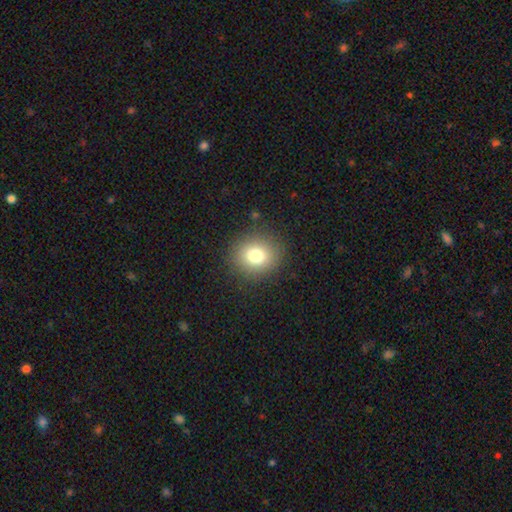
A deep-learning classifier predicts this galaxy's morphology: smooth-or-featured: smooth: 79% | star or artifact: 12% | featured or disk: 9%
  how-rounded: round: 80% | in between: 20% | cigar-shaped: 1%
  merging: none: 88% | minor disturbance: 8% | major disturbance: 3% | merger: 1%